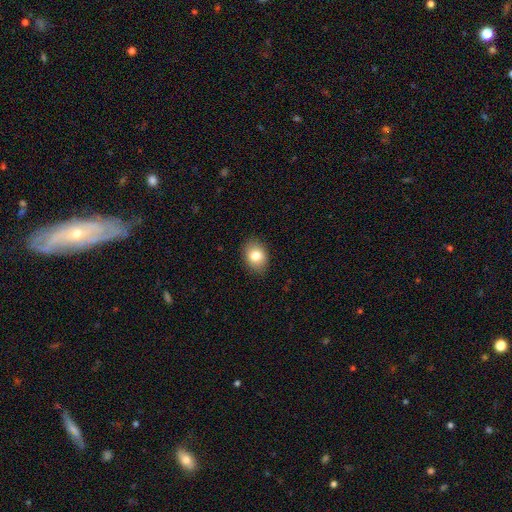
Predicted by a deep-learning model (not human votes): This is clearly a smooth galaxy (81%). How rounded: likely in between (64%). Merging: clearly none (88%).